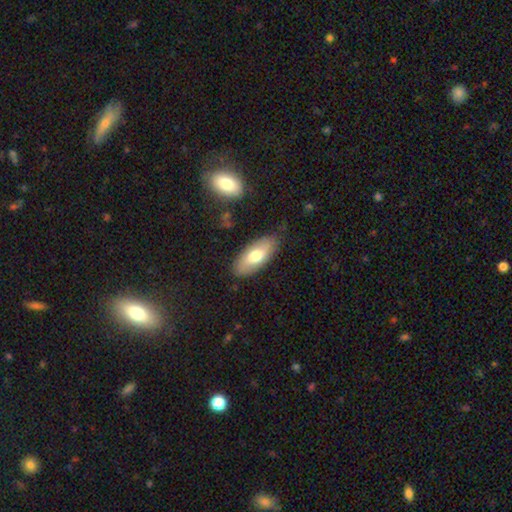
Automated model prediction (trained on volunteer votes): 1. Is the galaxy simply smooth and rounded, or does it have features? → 67% smooth, 27% featured or disk, 6% star or artifact.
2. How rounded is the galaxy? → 87% in between, 11% cigar-shaped, 2% round.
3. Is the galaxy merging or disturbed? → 82% none, 13% minor disturbance, 3% major disturbance, 2% merger.